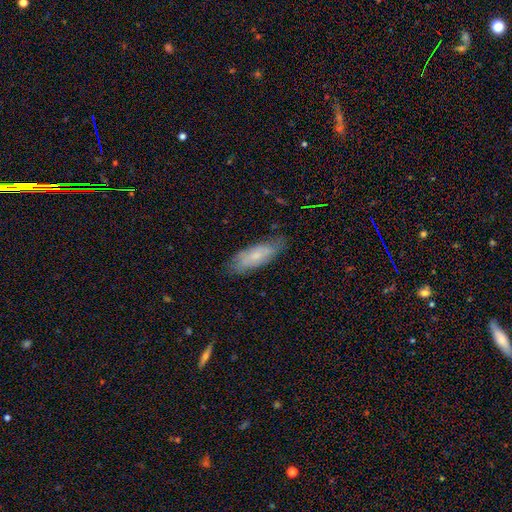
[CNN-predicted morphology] smooth-or-featured: smooth: 61% | featured or disk: 32% | star or artifact: 7%
  how-rounded: in between: 62% | cigar-shaped: 36% | round: 2%
  merging: none: 71% | minor disturbance: 23% | major disturbance: 5% | merger: 1%